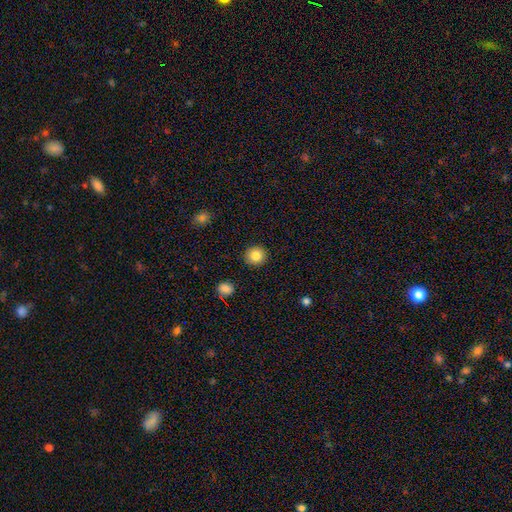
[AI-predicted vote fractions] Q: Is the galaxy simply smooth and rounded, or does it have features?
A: smooth — 84%.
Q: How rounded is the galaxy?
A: round — 92%.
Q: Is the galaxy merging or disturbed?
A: none — 92%.